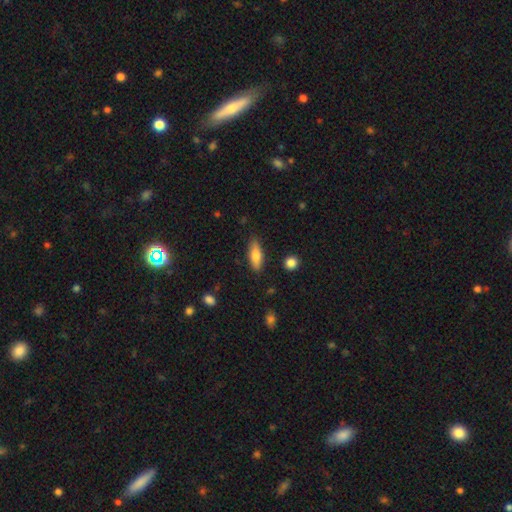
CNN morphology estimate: type=smooth (72%); roundness=in between (61%); merging=none (85%).